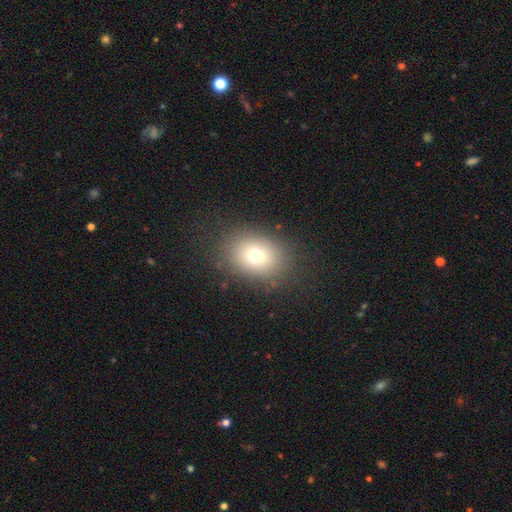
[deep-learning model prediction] The model was most divided on "how rounded": in between: 57%, round: 42%, cigar-shaped: 1%. More confident: merging — none (84%); smooth or featured — smooth (73%).